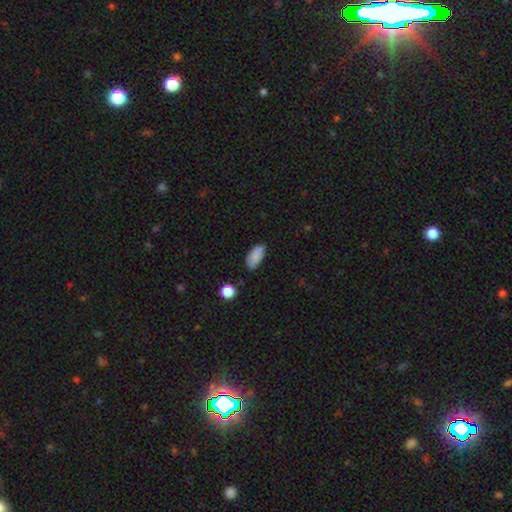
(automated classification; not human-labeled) A smooth galaxy with no disk features (87%) that is in between round and cigar-shaped (91%).

Vote fractions:
- Smooth or featured? smooth: 87% / star or artifact: 8% / featured or disk: 5%
- How rounded? in between: 91% / cigar-shaped: 6% / round: 3%
- Merging? none: 80% / minor disturbance: 15% / major disturbance: 3% / merger: 2%